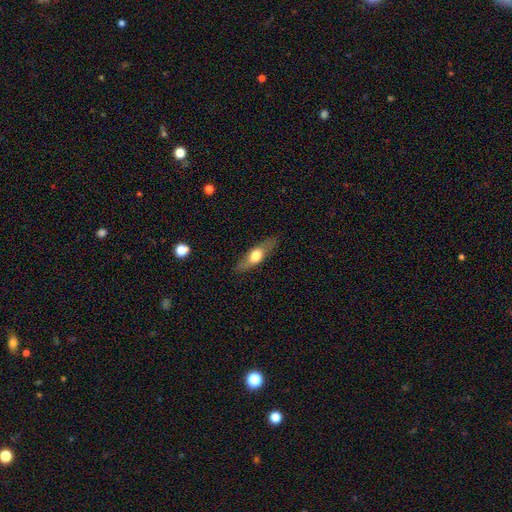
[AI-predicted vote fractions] Smooth or featured? smooth (54%)
How rounded? cigar-shaped (49%)
Merging? none (82%)